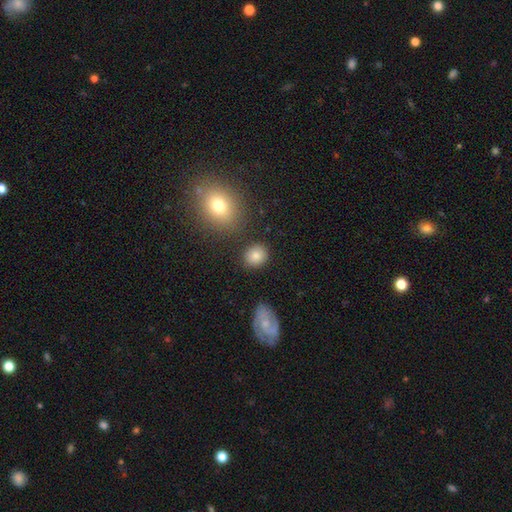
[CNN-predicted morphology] Smooth or featured? Predicted: smooth (p=0.83). How rounded? Predicted: round (p=0.70). Merging? Predicted: none (p=0.84).